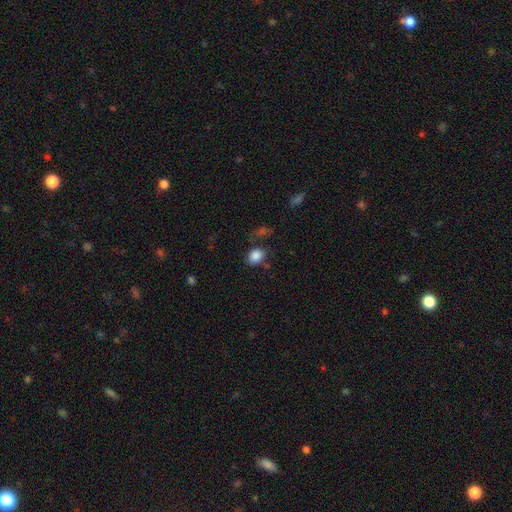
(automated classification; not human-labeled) A smooth galaxy with no disk features (85%) that is round (50%).

Vote fractions:
- Smooth or featured? smooth: 85% / star or artifact: 10% / featured or disk: 4%
- How rounded? round: 50% / in between: 49% / cigar-shaped: 1%
- Merging? none: 73% / minor disturbance: 16% / major disturbance: 6% / merger: 5%